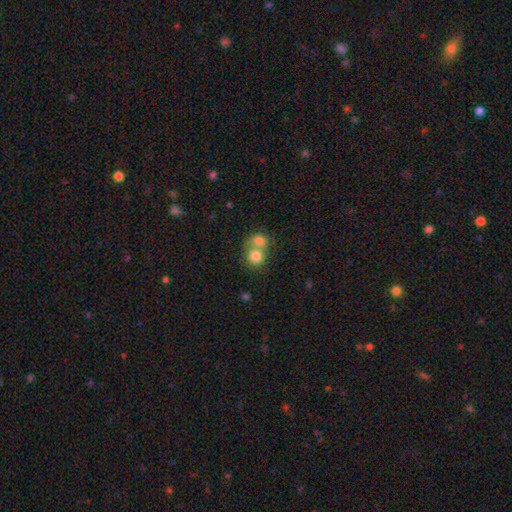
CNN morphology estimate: smooth_or_featured: smooth (p=0.79) [alt: featured or disk p=0.12]
how_rounded: round (p=0.81) [alt: in between p=0.18]
merging: merger (p=0.60) [alt: none p=0.31]